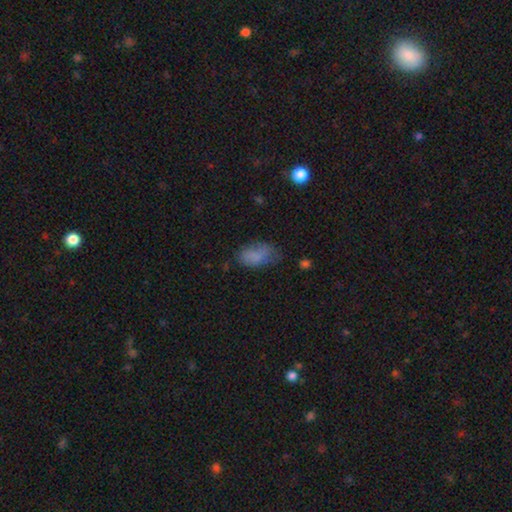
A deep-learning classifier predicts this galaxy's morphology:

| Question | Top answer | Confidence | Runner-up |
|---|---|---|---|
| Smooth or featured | smooth | 77% | featured or disk (12%) |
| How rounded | in between | 92% | round (5%) |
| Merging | none | 46% | minor disturbance (33%) |